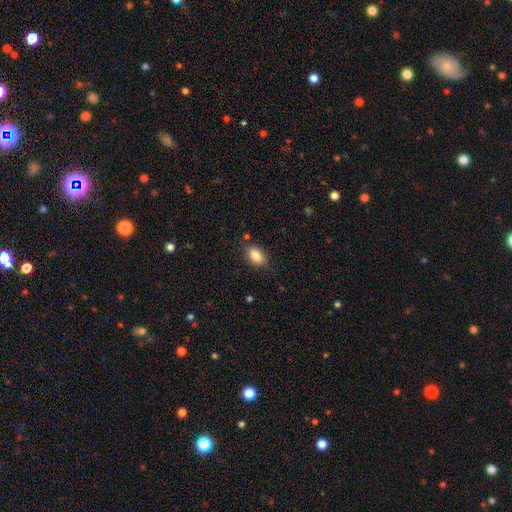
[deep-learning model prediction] smooth 83%, featured or disk 9%, star or artifact 8%. Down the decision tree: how rounded — in between (85%); merging — none (77%).